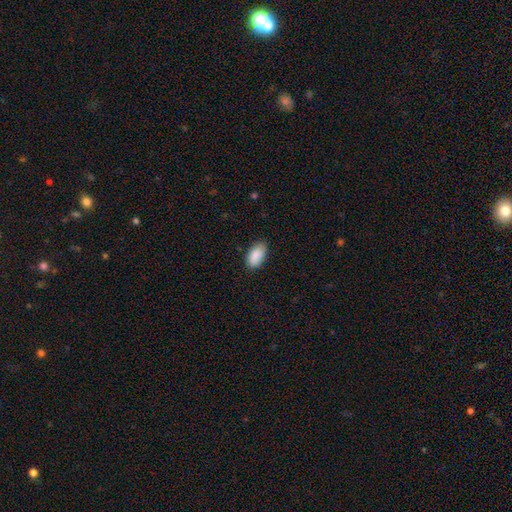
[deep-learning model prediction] The model was most divided on "merging": none: 79%, minor disturbance: 17%, major disturbance: 3%, merger: 1%. More confident: how rounded — in between (95%); smooth or featured — smooth (90%).